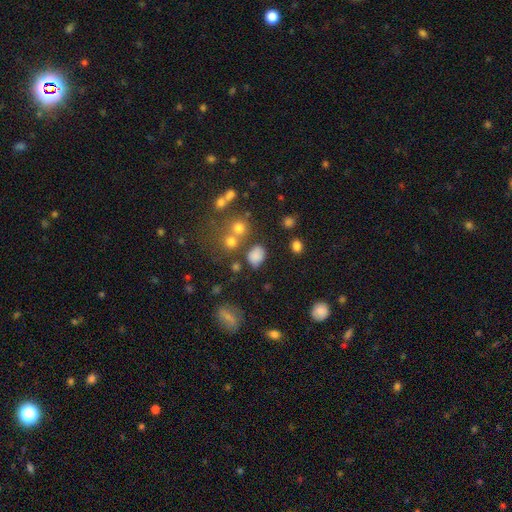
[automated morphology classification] A smooth galaxy with no disk features (77%) that is in between round and cigar-shaped (61%). Merging: none (65%).